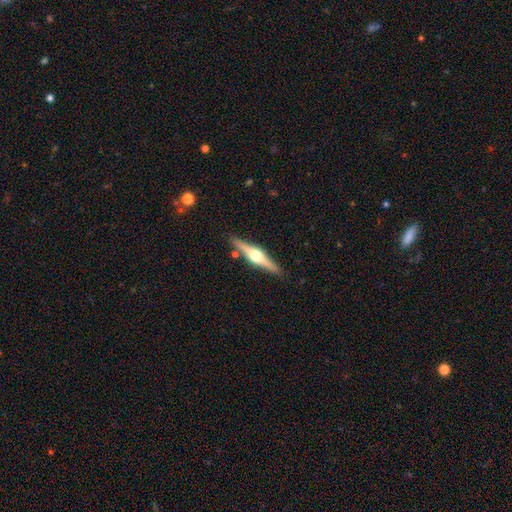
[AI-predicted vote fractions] A featured or disk galaxy (78%) viewed edge-on (98%) with a rounded central bulge (94%).

Vote fractions:
- Smooth or featured? featured or disk: 78% / smooth: 17% / star or artifact: 5%
- Edge-on disk? yes: 98% / no: 2%
- Edge-on bulge? rounded: 94% / boxy: 4% / none: 2%
- Merging? none: 88% / minor disturbance: 8% / merger: 3% / major disturbance: 2%